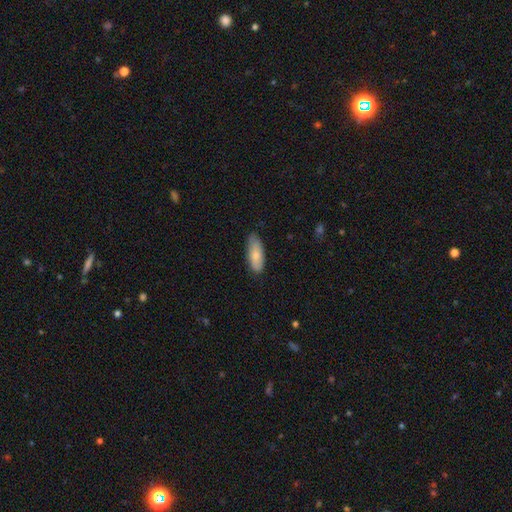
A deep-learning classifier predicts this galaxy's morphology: smooth_or_featured: smooth (p=0.80) [alt: featured or disk p=0.15]
how_rounded: in between (p=0.78) [alt: cigar-shaped p=0.20]
merging: none (p=0.75) [alt: minor disturbance p=0.21]